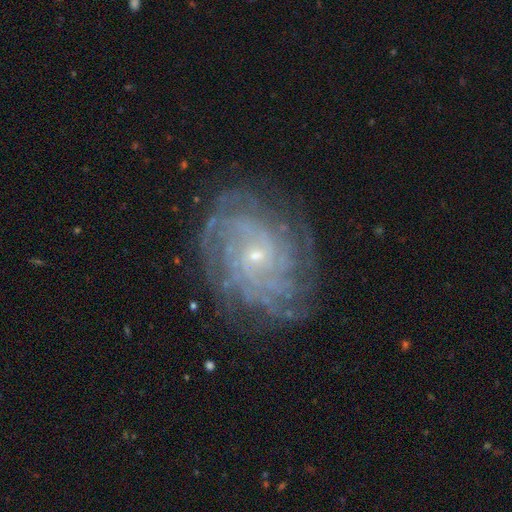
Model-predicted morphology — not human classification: This is clearly a featured or disk galaxy (86%). It is clearly not viewed edge-on (97%). Bar: likely no (72%). Spiral arm pattern: clearly yes (96%). Spiral arm count: marginally can't tell (34%). Spiral winding: likely tight (75%). Central bulge: clearly small (83%). Merging: likely none (79%).